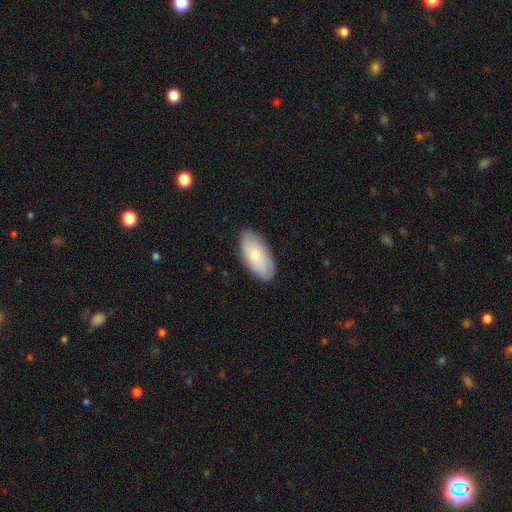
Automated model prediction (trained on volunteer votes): The model was most divided on "smooth or featured": smooth: 70%, featured or disk: 25%, star or artifact: 6%. More confident: how rounded — in between (93%); merging — none (85%).